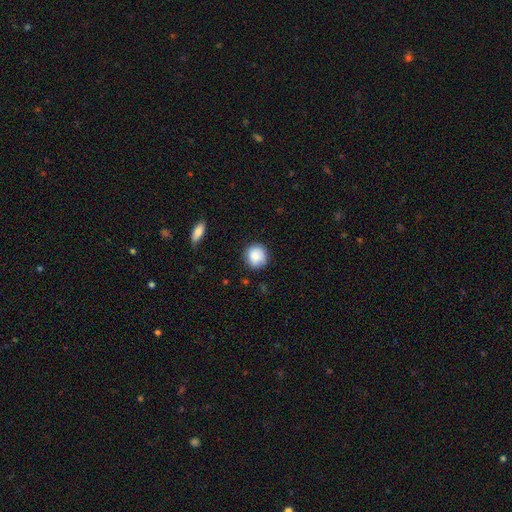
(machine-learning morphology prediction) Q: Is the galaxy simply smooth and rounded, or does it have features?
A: smooth — 84%.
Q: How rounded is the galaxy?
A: round — 90%.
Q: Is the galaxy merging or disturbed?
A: none — 80%.